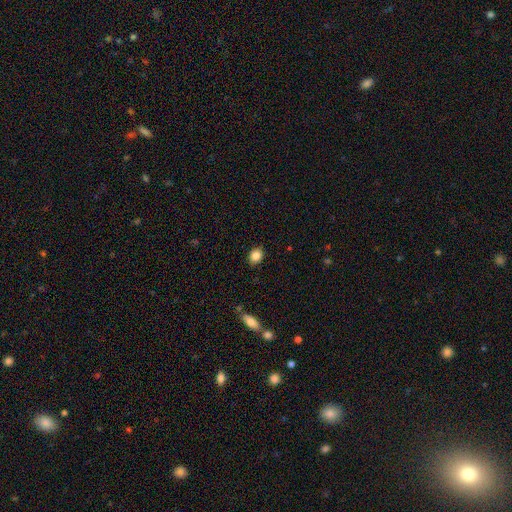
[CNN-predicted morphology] The model was most divided on "how rounded": in between: 53%, round: 46%, cigar-shaped: 1%. More confident: merging — none (87%); smooth or featured — smooth (85%).